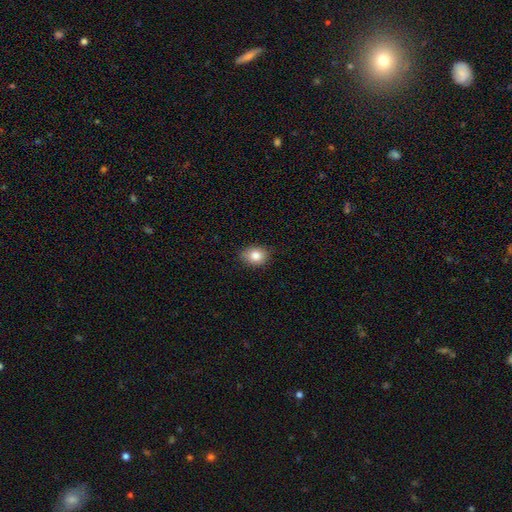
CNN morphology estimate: Overall: smooth (83%). How rounded: in between (53%; round 46%). Merging: none (81%).